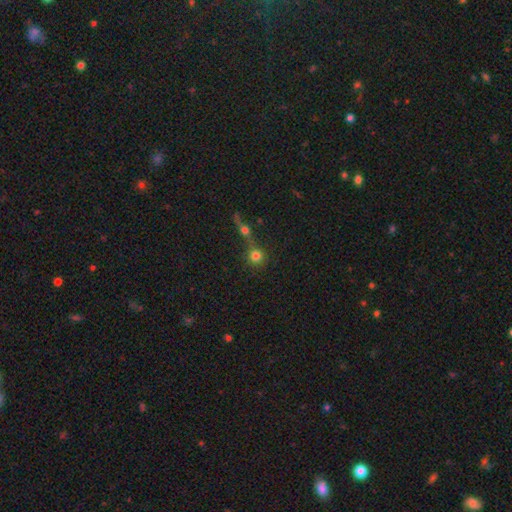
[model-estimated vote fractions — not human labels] This appears to be a smooth galaxy with no disk features (75%) that is round (90%). Merging: none (46%).